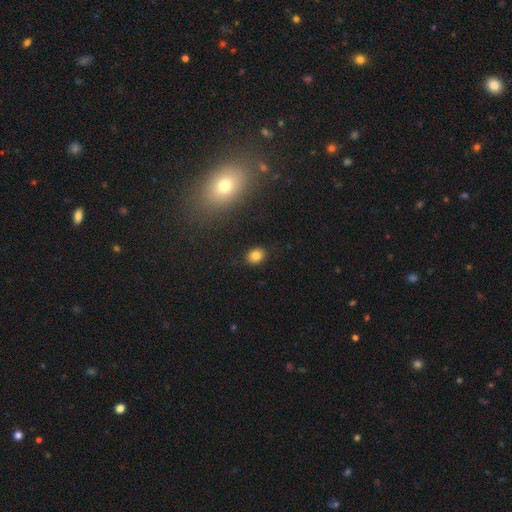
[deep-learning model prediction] smooth-or-featured: smooth: 81% | star or artifact: 11% | featured or disk: 7%
  how-rounded: in between: 58% | round: 41% | cigar-shaped: 1%
  merging: none: 88% | minor disturbance: 8% | major disturbance: 2% | merger: 1%